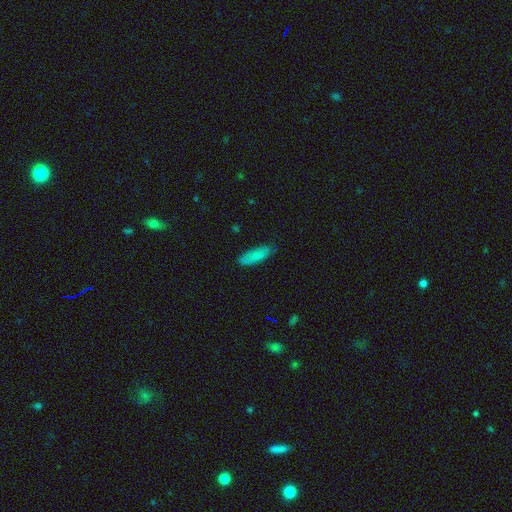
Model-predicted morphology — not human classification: A smooth galaxy with no disk features (82%) that is in between round and cigar-shaped (55%). Merging: none (77%).